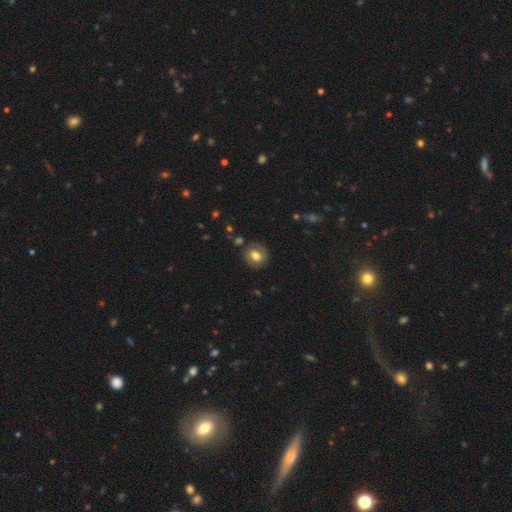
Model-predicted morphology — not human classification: Smooth or featured? Predicted: smooth (p=0.69). How rounded? Predicted: round (p=0.73). Merging? Predicted: none (p=0.82).